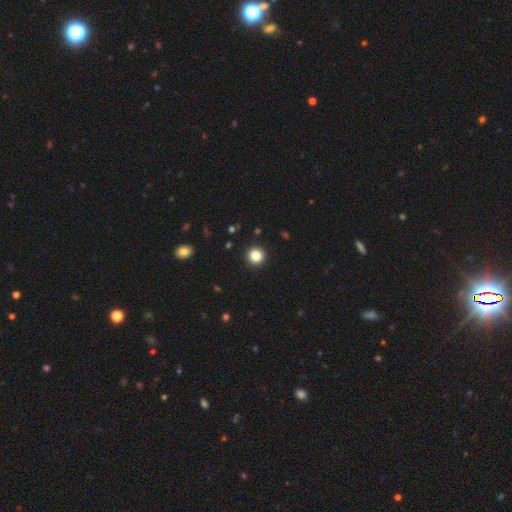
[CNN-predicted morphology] Overall: smooth (84%). How rounded: round (96%). Merging: none (94%).